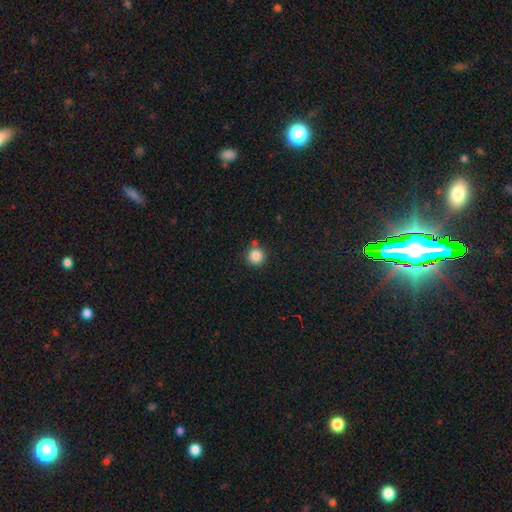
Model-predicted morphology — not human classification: Smooth or featured?
  - smooth: 85% *
  - star or artifact: 11%
  - featured or disk: 4%
How rounded?
  - round: 95% *
  - in between: 4%
  - cigar-shaped: 1%
Merging?
  - none: 81% *
  - minor disturbance: 8%
  - merger: 8%
  - major disturbance: 3%